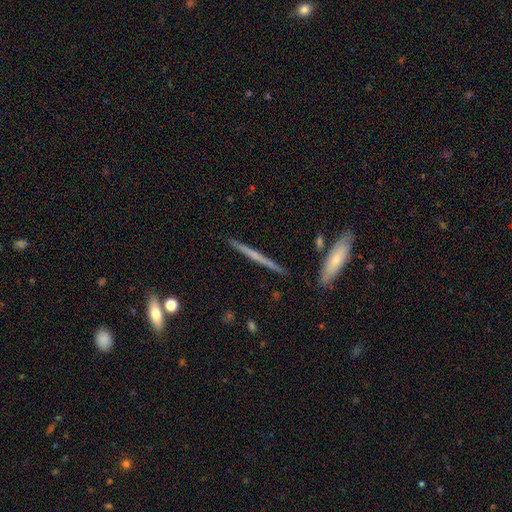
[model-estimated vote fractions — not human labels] Smooth or featured? Predicted: featured or disk (p=0.62). Edge-on disk? Predicted: yes (p=0.97). Edge-on bulge? Predicted: none (p=0.61). Merging? Predicted: none (p=0.90).